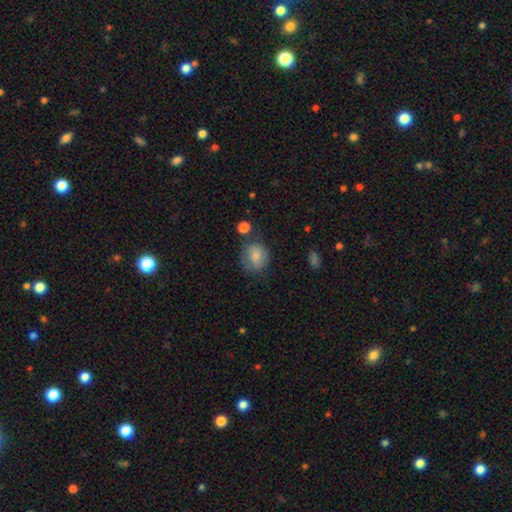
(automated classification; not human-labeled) Overall: smooth (76%). How rounded: round (69%; in between 30%). Merging: none (62%; minor disturbance 23%).